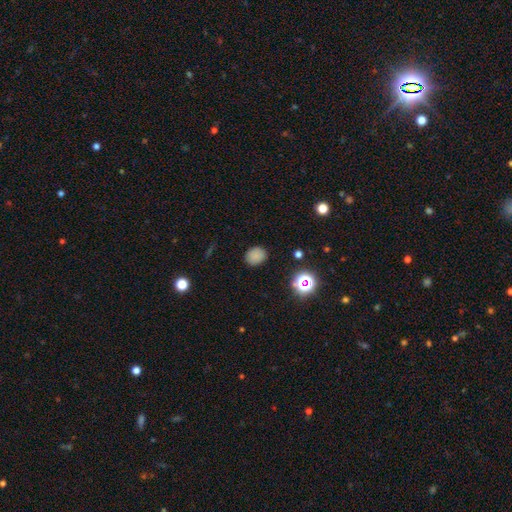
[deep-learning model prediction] The model was most divided on "how rounded": round: 62%, in between: 37%, cigar-shaped: 1%. More confident: merging — none (86%); smooth or featured — smooth (79%).